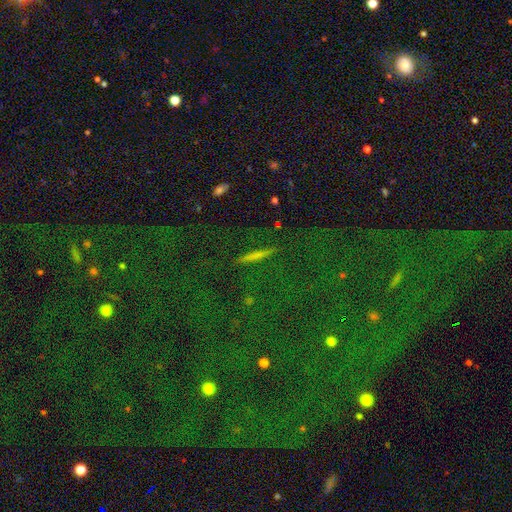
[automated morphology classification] smooth 40%, featured or disk 33%, star or artifact 26%. Down the decision tree: merging — none (91%).